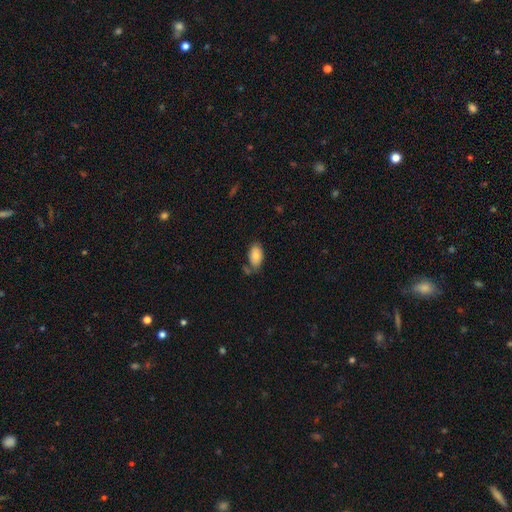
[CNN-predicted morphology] smooth 79%, featured or disk 14%, star or artifact 7%. Down the decision tree: how rounded — in between (92%); merging — none (60%).